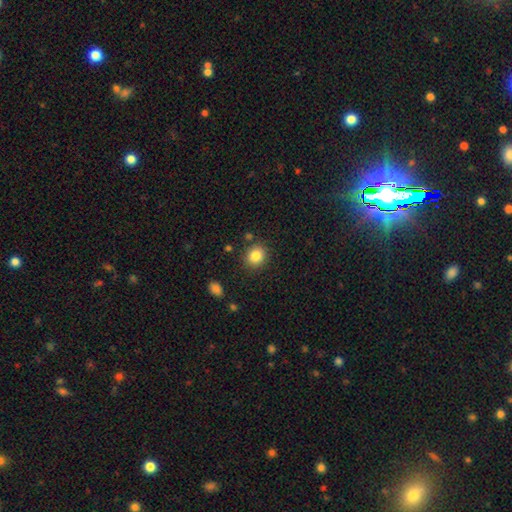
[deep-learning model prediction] This appears to be a smooth galaxy with no disk features (84%) that is round (77%). Merging: none (85%).